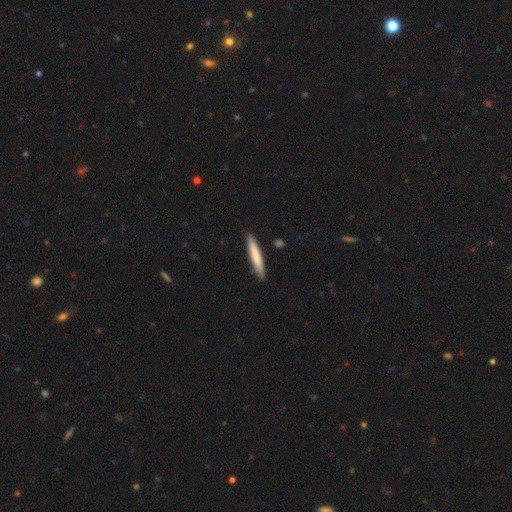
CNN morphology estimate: The model was most divided on "smooth or featured": smooth: 73%, featured or disk: 22%, star or artifact: 5%. More confident: how rounded — cigar-shaped (95%); merging — none (90%).